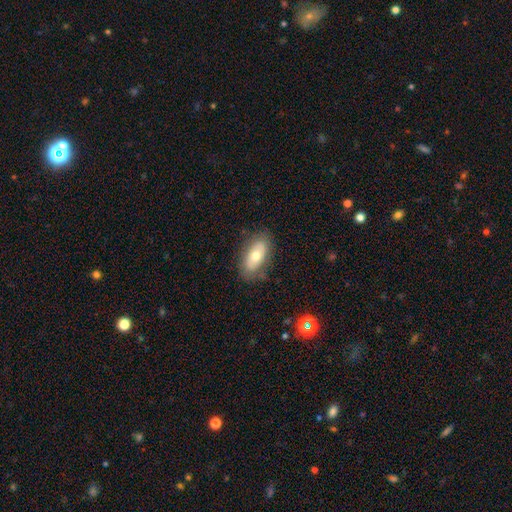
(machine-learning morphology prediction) This appears to be a smooth galaxy with no disk features (62%) that is in between round and cigar-shaped (89%). Merging: none (79%).